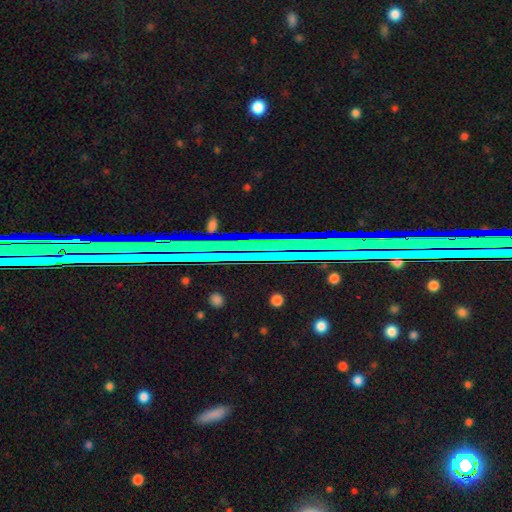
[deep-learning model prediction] The model was most divided on "smooth or featured": star or artifact: 74%, featured or disk: 15%, smooth: 11%.